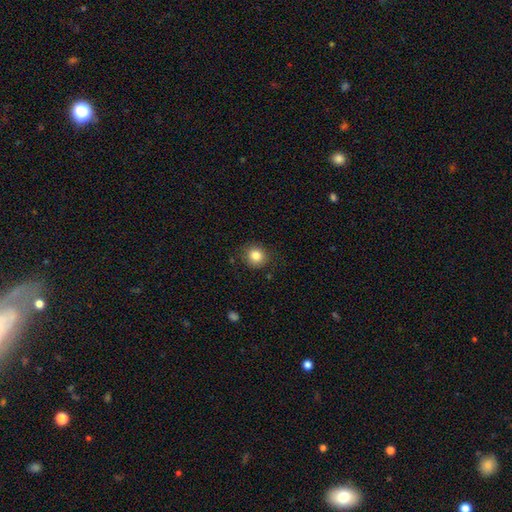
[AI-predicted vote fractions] Smooth or featured? Predicted: smooth (p=0.83). How rounded? Predicted: round (p=0.87). Merging? Predicted: none (p=0.86).